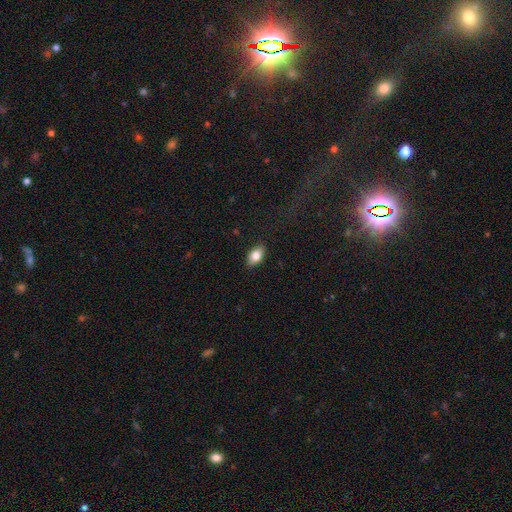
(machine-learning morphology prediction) A smooth galaxy with no disk features (83%) that is in between round and cigar-shaped (90%). Merging: none (87%).